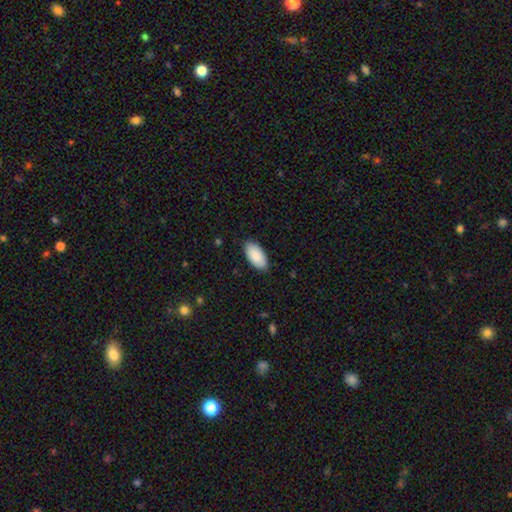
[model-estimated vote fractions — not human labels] Smooth or featured? Predicted: smooth (p=0.90). How rounded? Predicted: in between (p=0.96). Merging? Predicted: none (p=0.87).